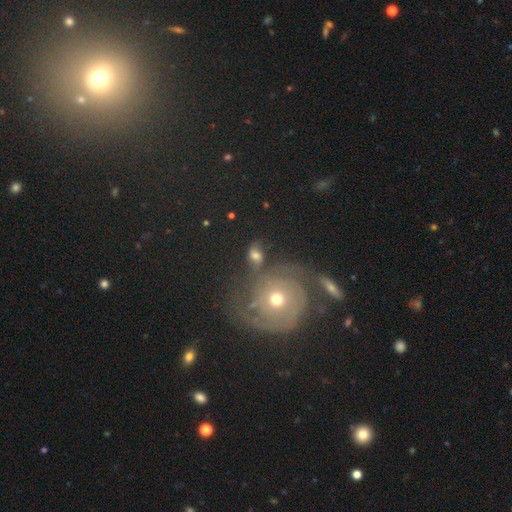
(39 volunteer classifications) A featured or disk galaxy (79%) with no bar (73%), 2 (74%) tight (37%, tied with loose) spiral arms (90%) and a moderate central bulge (63%). Merging: none (50%).